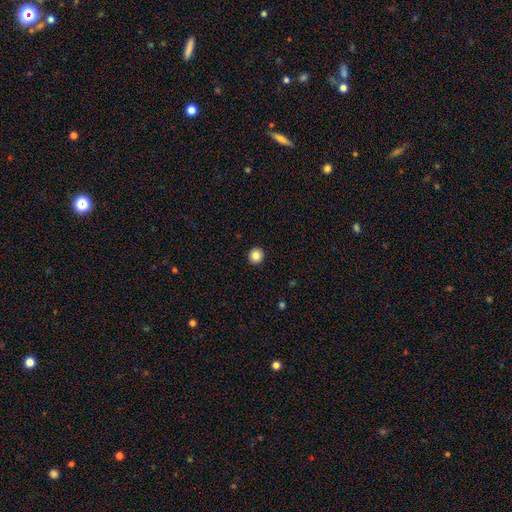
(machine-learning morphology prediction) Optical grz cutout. It shows a smooth galaxy with no disk features (85%) that is round (89%). Merging: none (93%).